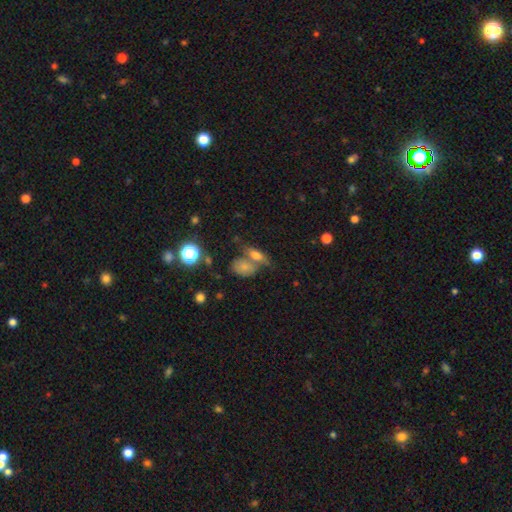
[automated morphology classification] smooth_or_featured: smooth (p=0.61) [alt: featured or disk p=0.25]
how_rounded: in between (p=0.66) [alt: cigar-shaped p=0.19]
merging: none (p=0.44) [alt: merger p=0.38]